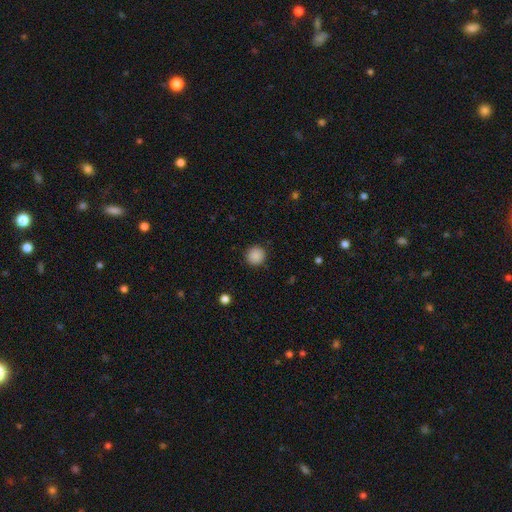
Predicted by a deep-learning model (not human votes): smooth-or-featured: smooth: 88% | star or artifact: 9% | featured or disk: 3%
  how-rounded: round: 94% | in between: 5% | cigar-shaped: 1%
  merging: none: 91% | minor disturbance: 6% | major disturbance: 2% | merger: 1%